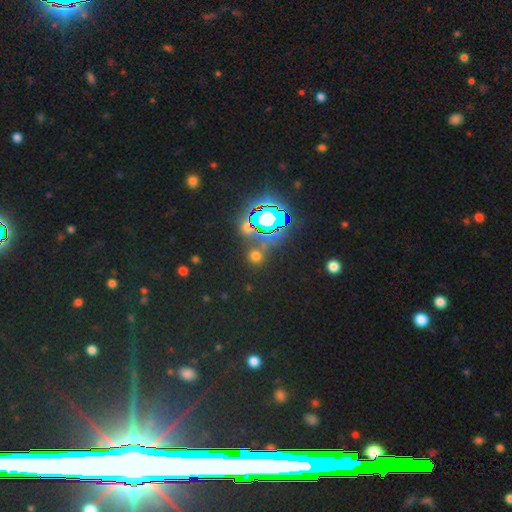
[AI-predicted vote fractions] A smooth galaxy with no disk features (49%).

Vote fractions:
- Smooth or featured? smooth: 49% / star or artifact: 44% / featured or disk: 7%
- Merging? none: 79% / merger: 9% / minor disturbance: 8% / major disturbance: 4%